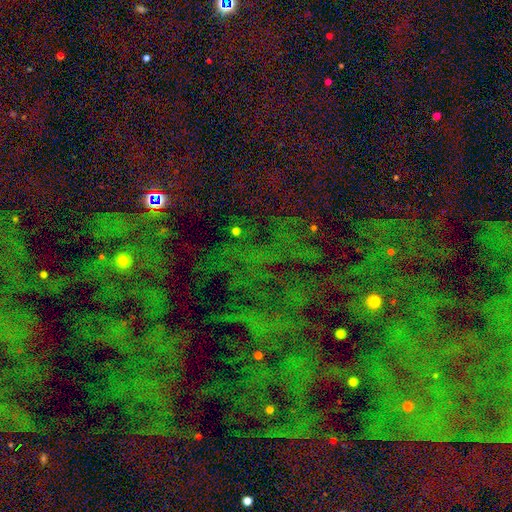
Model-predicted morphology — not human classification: Smooth or featured? Predicted: star or artifact (p=0.80).